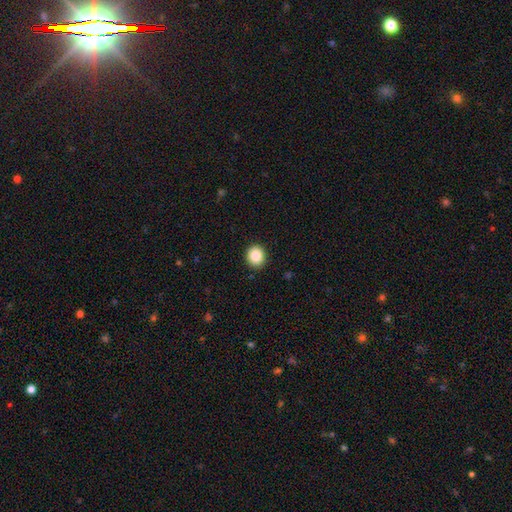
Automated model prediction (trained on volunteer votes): Smooth or featured: smooth — 87% (star or artifact — 9%)
How rounded: round — 83% (in between — 16%)
Merging: none — 91% (minor disturbance — 6%)